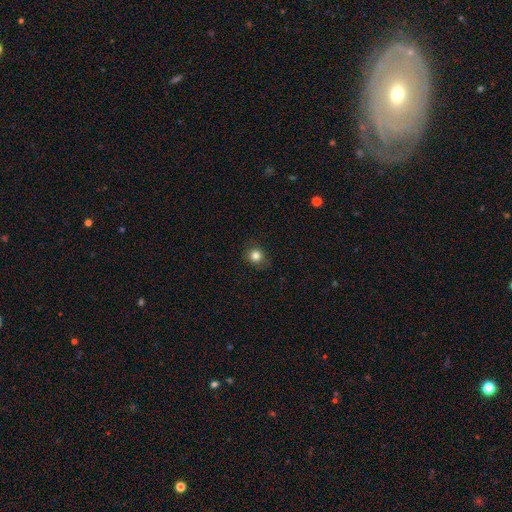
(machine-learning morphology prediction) A smooth galaxy with no disk features (83%) that is round (85%).

Vote fractions:
- Smooth or featured? smooth: 83% / star or artifact: 12% / featured or disk: 5%
- How rounded? round: 85% / in between: 14% / cigar-shaped: 1%
- Merging? none: 85% / minor disturbance: 11% / major disturbance: 3% / merger: 1%